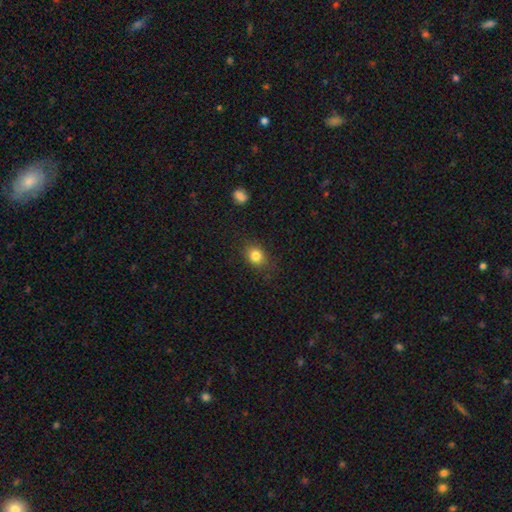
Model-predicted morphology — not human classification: Smooth or featured?
  - smooth: 83% *
  - star or artifact: 10%
  - featured or disk: 6%
How rounded?
  - round: 53% *
  - in between: 46%
  - cigar-shaped: 1%
Merging?
  - none: 82% *
  - minor disturbance: 13%
  - major disturbance: 4%
  - merger: 1%